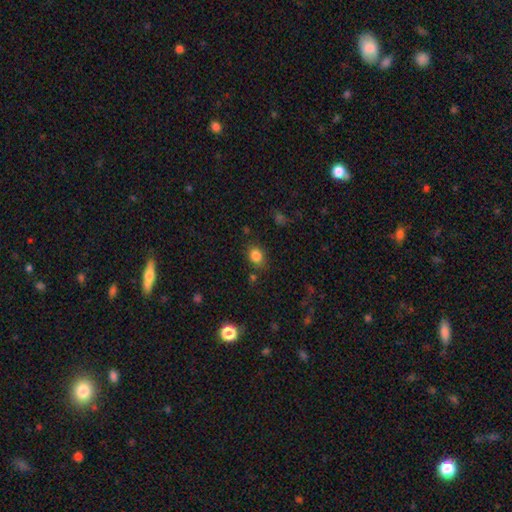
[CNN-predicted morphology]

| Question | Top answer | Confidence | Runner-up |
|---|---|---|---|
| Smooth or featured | smooth | 82% | star or artifact (12%) |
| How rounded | in between | 57% | round (42%) |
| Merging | none | 77% | minor disturbance (14%) |